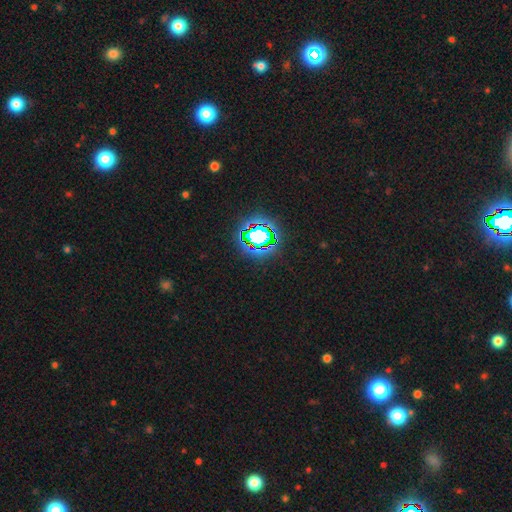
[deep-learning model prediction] smooth_or_featured: star or artifact (p=0.80) [alt: smooth p=0.13]